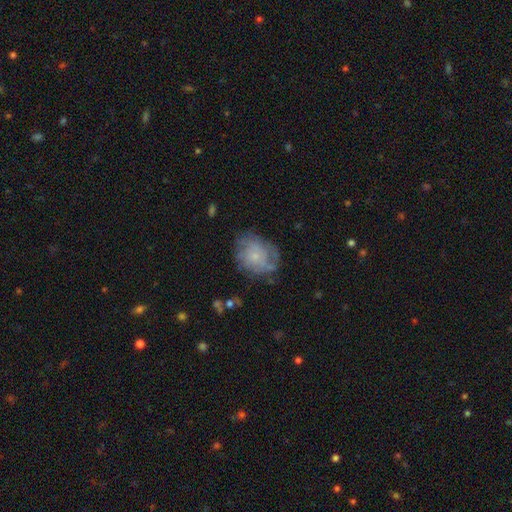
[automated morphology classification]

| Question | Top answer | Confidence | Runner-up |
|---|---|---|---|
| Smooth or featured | featured or disk | 55% | smooth (36%) |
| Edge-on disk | no | 97% | yes (3%) |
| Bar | no | 83% | weak (15%) |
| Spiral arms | yes | 73% | no (27%) |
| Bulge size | small | 67% | moderate (18%) |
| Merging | none | 63% | minor disturbance (23%) |